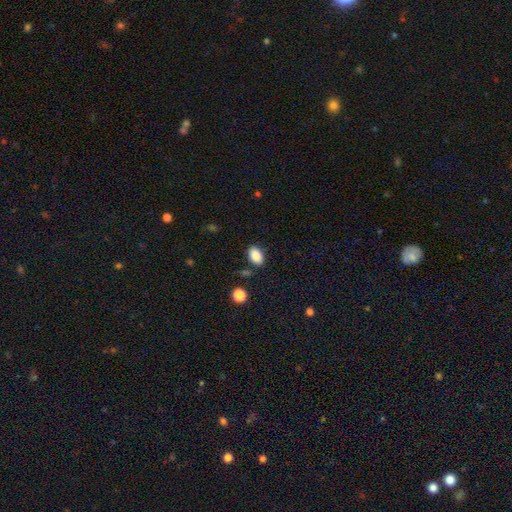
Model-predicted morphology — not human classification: type=smooth (87%); roundness=in between (89%); merging=none (82%).